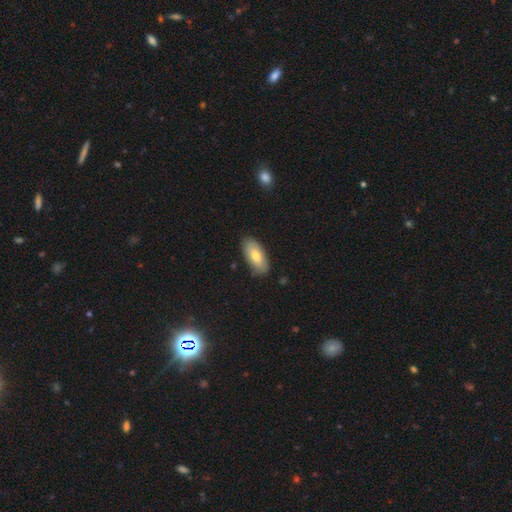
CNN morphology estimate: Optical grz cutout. It shows a smooth galaxy with no disk features (73%) that is in between round and cigar-shaped (90%). Merging: none (82%).